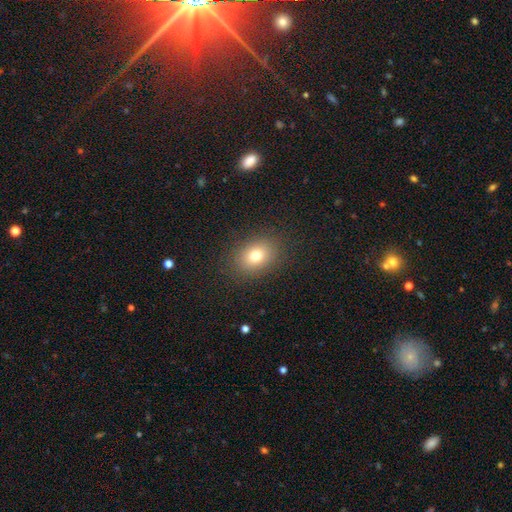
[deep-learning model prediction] Smooth or featured: smooth — 76% (star or artifact — 13%)
How rounded: in between — 64% (round — 35%)
Merging: none — 87% (minor disturbance — 8%)